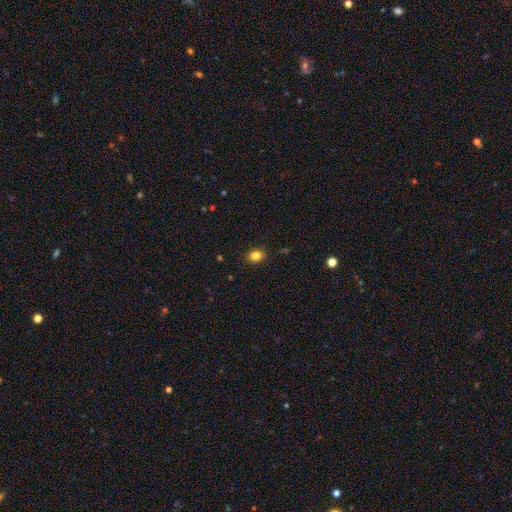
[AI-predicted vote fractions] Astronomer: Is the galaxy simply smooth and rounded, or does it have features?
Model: smooth — 84%.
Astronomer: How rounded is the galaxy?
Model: round — 53% (runner-up: in between, 46%).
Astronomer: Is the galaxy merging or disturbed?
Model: none — 89%.